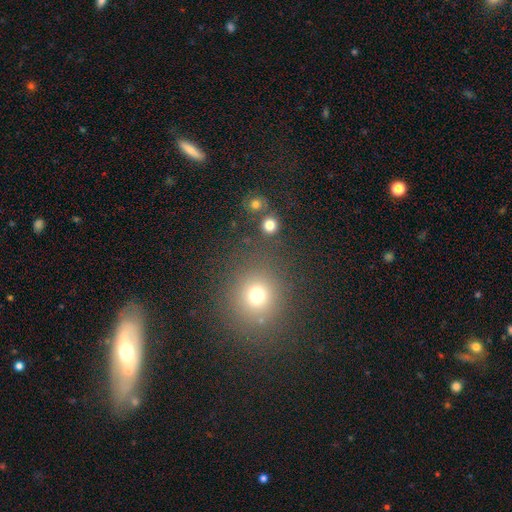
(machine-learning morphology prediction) Smooth or featured? smooth (62%)
How rounded? round (84%)
Merging? none (81%)